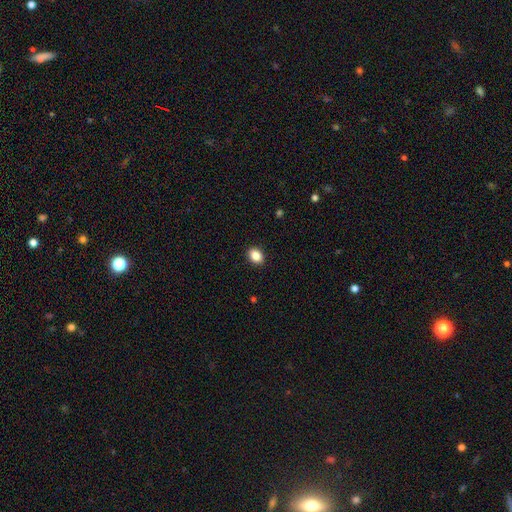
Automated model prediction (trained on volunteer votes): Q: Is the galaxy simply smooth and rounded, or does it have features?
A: smooth — 87%.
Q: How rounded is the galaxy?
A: in between — 66%.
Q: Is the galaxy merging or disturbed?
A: none — 91%.